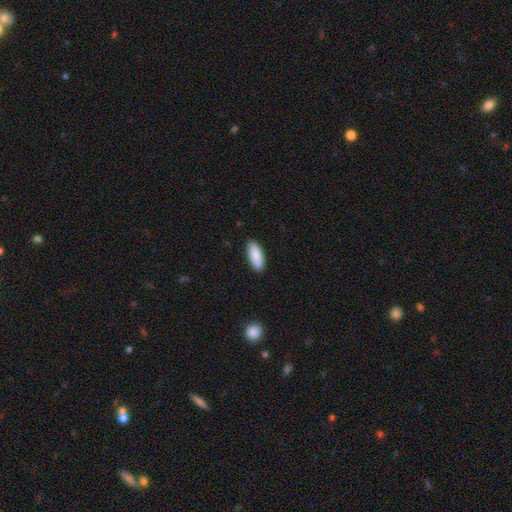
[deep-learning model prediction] Overall: smooth (89%). How rounded: in between (76%). Merging: none (88%).